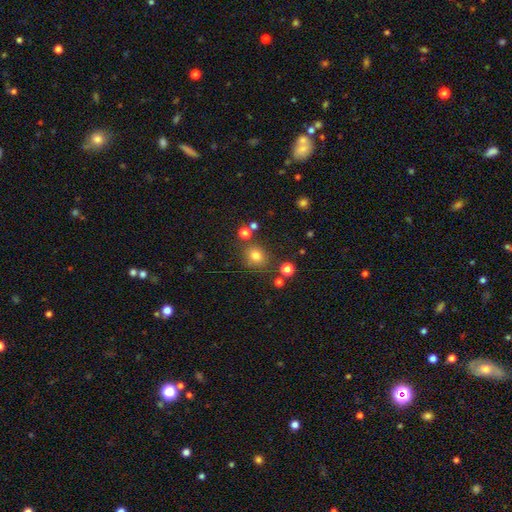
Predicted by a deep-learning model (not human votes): This is likely a smooth galaxy (78%). How rounded: likely round (74%). Merging: likely none (79%).